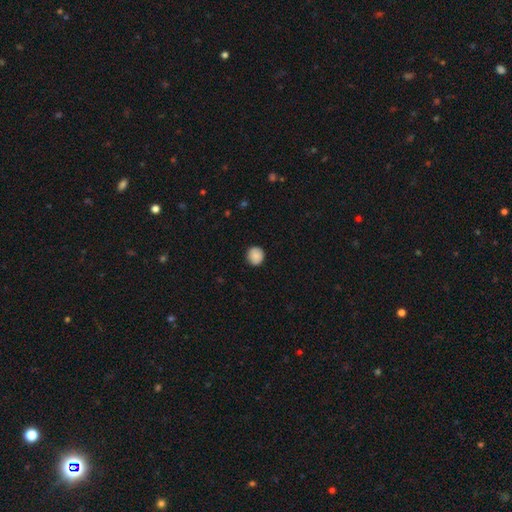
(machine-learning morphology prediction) A smooth galaxy with no disk features (87%) that is round (89%). Merging: none (88%).